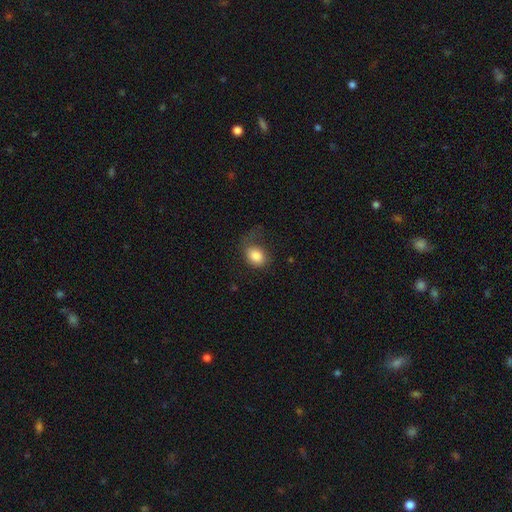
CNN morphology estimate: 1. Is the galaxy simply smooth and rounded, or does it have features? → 83% smooth, 8% featured or disk, 8% star or artifact.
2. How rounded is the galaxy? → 65% in between, 34% round, 1% cigar-shaped.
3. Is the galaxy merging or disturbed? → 44% none, 27% major disturbance, 26% minor disturbance, 2% merger.